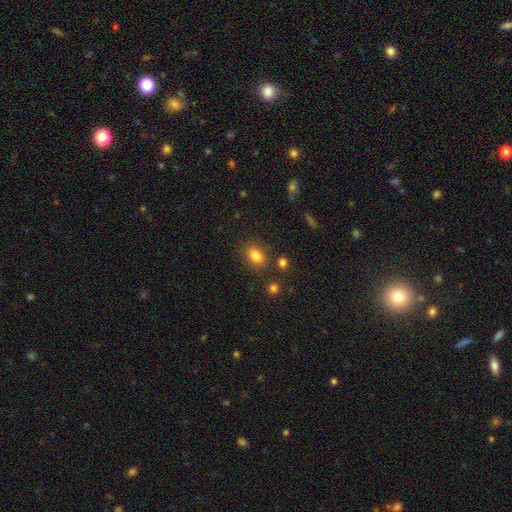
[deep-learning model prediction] This is clearly a smooth galaxy (82%). How rounded: likely in between (73%). Merging: clearly none (80%).